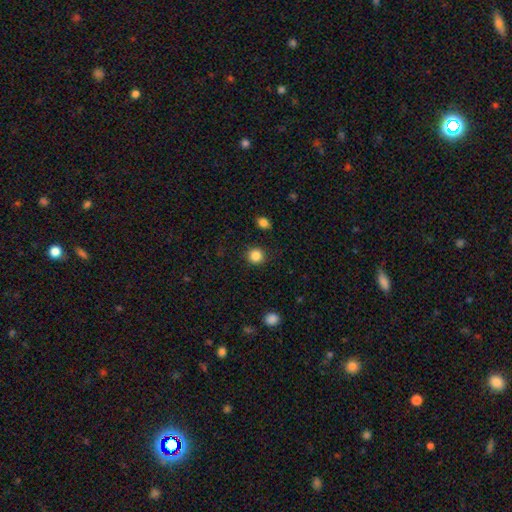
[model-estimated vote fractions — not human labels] Morphology: type=smooth (86%); roundness=round (91%); merging=none (89%).